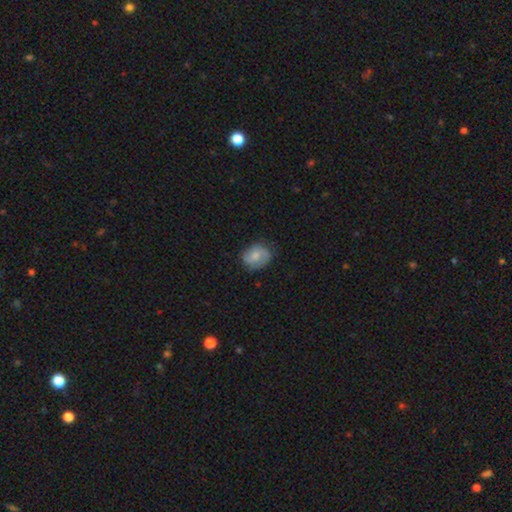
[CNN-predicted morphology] The model was most divided on "how rounded": round: 56%, in between: 43%, cigar-shaped: 1%. More confident: merging — none (71%); smooth or featured — smooth (60%).